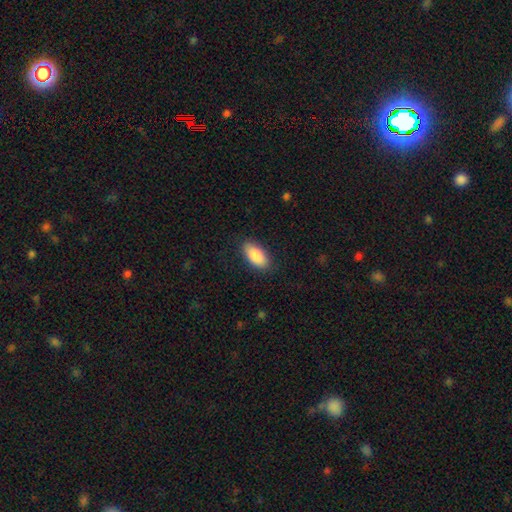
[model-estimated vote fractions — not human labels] Q: Smooth or featured?
A: smooth (89%); runner-up: star or artifact (6%)
Q: How rounded?
A: in between (92%); runner-up: cigar-shaped (6%)
Q: Merging?
A: none (87%); runner-up: minor disturbance (10%)